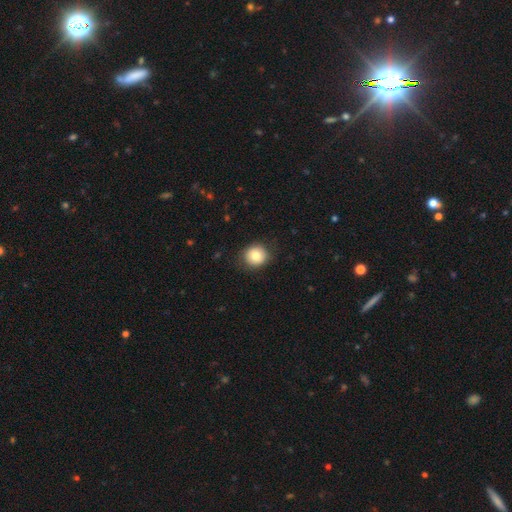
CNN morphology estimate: A smooth galaxy with no disk features (80%) that is round (87%).

Vote fractions:
- Smooth or featured? smooth: 80% / featured or disk: 11% / star or artifact: 9%
- How rounded? round: 87% / in between: 12% / cigar-shaped: 1%
- Merging? none: 85% / minor disturbance: 11% / major disturbance: 3% / merger: 1%